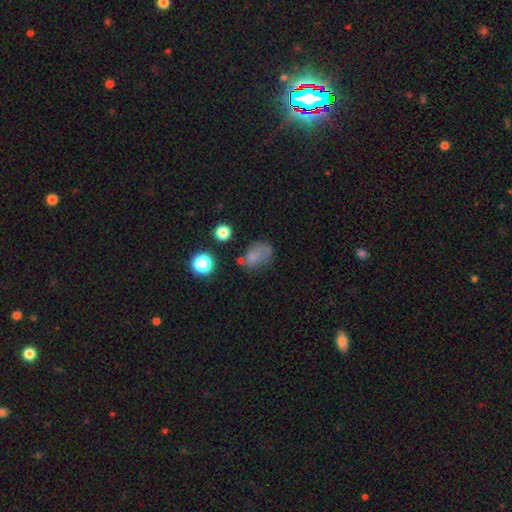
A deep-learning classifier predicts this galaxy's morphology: A smooth galaxy with no disk features (69%) that is in between round and cigar-shaped (73%).

Vote fractions:
- Smooth or featured? smooth: 69% / star or artifact: 16% / featured or disk: 15%
- How rounded? in between: 73% / round: 25% / cigar-shaped: 2%
- Merging? none: 45% / minor disturbance: 27% / major disturbance: 19% / merger: 9%